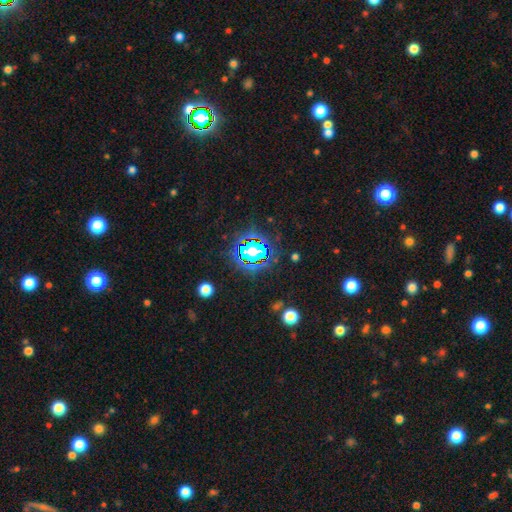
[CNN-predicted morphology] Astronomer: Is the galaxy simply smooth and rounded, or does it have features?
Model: star or artifact — 80%.